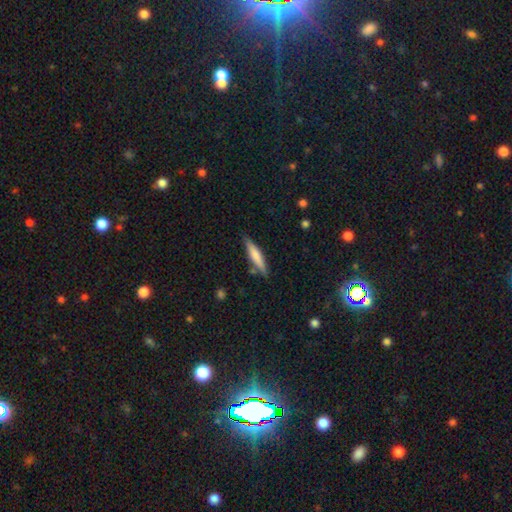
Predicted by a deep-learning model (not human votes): Morphology: type=smooth (64%); roundness=cigar-shaped (85%); merging=none (82%).